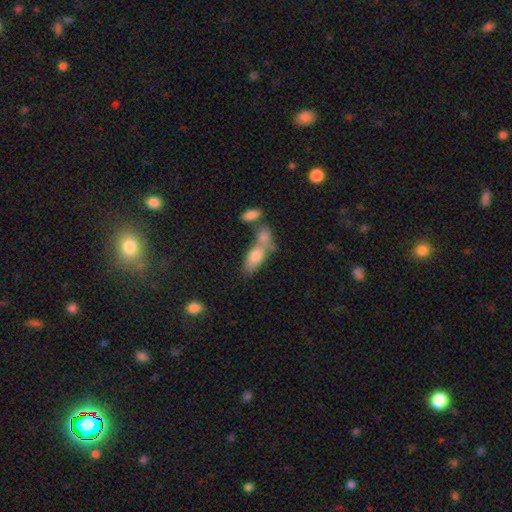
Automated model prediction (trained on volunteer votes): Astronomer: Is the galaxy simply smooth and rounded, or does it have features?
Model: smooth — 75%.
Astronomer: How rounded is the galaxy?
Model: in between — 80%.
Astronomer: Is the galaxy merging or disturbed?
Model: merger — 47% (runner-up: none, 35%).